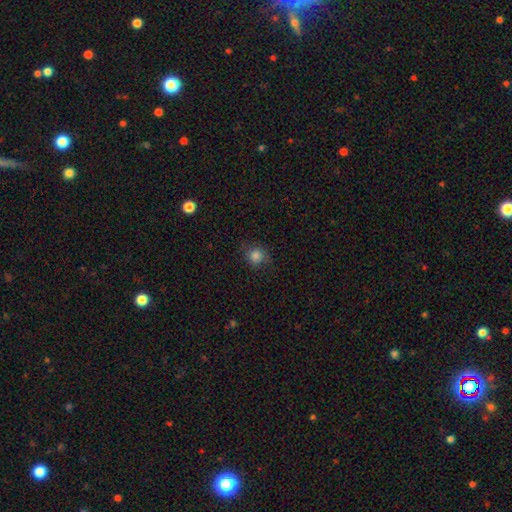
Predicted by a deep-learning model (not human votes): The model was most divided on "merging": none: 77%, minor disturbance: 17%, major disturbance: 5%, merger: 1%. More confident: how rounded — round (87%); smooth or featured — smooth (83%).